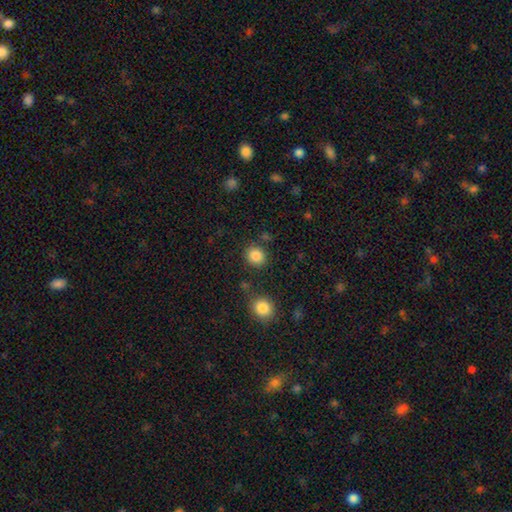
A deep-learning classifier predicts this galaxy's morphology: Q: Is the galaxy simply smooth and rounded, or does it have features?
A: smooth — 86%.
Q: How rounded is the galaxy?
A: round — 76%.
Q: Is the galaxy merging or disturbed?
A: none — 83%.